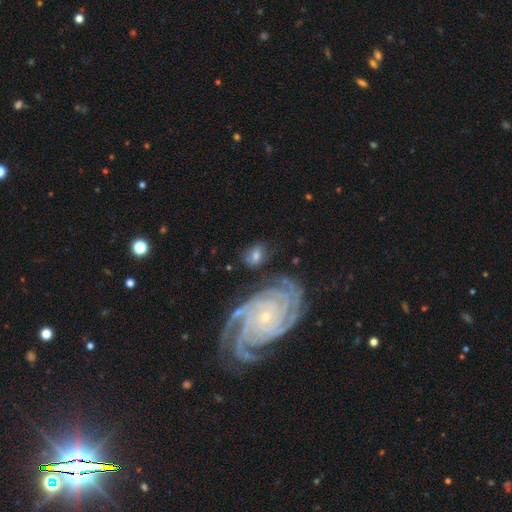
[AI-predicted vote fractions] Smooth or featured?
  - featured or disk: 46% * (tied)
  - smooth: 46% * (tied)
  - star or artifact: 9%
Merging?
  - none: 65% *
  - minor disturbance: 19%
  - major disturbance: 9%
  - merger: 8%